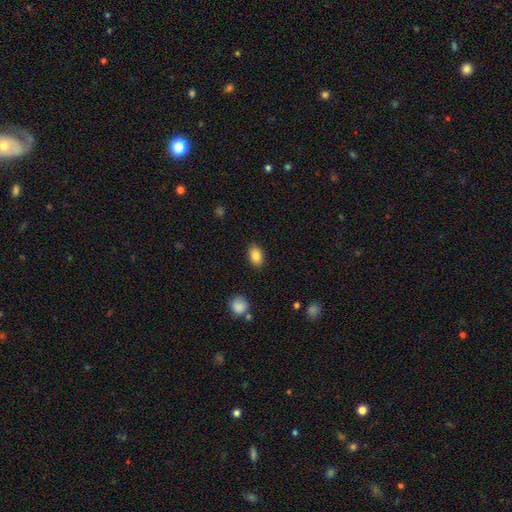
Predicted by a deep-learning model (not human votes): Overall: smooth (85%). How rounded: in between (84%). Merging: none (87%).